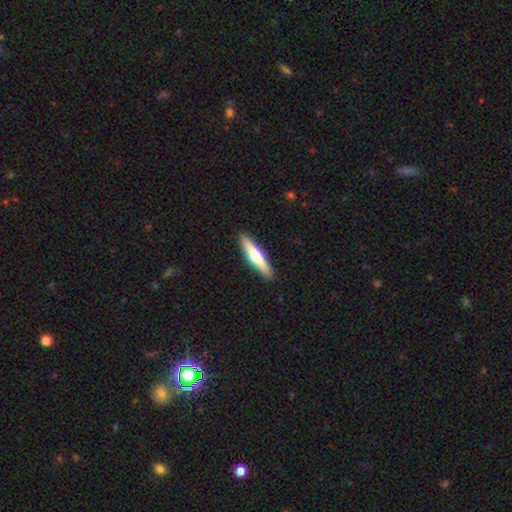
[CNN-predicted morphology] A featured or disk galaxy (52%) viewed edge-on (95%).

Vote fractions:
- Smooth or featured? featured or disk: 52% / smooth: 42% / star or artifact: 5%
- Edge-on disk? yes: 95% / no: 5%
- Merging? none: 91% / minor disturbance: 6% / major disturbance: 1% / merger: 1%